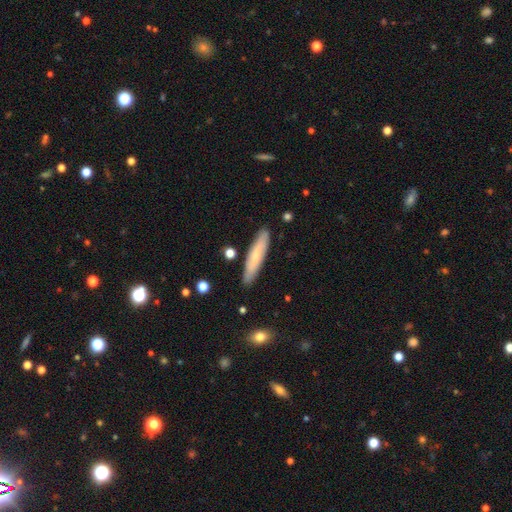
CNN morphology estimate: Smooth or featured: smooth — 63% (featured or disk — 31%)
How rounded: cigar-shaped — 84% (in between — 14%)
Merging: none — 86% (minor disturbance — 10%)